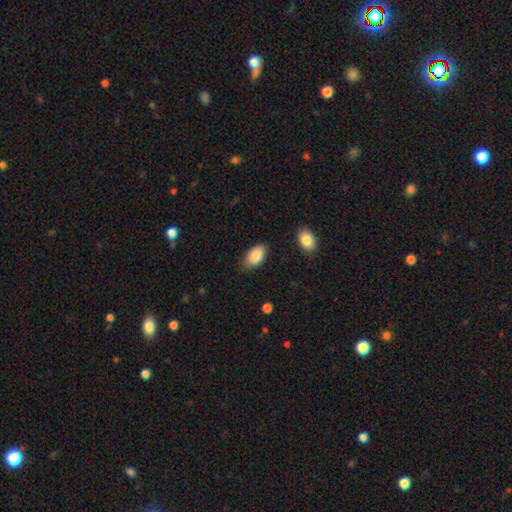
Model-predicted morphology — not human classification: Q: Smooth or featured?
A: smooth (87%); runner-up: star or artifact (7%)
Q: How rounded?
A: in between (94%); runner-up: round (4%)
Q: Merging?
A: none (81%); runner-up: minor disturbance (14%)